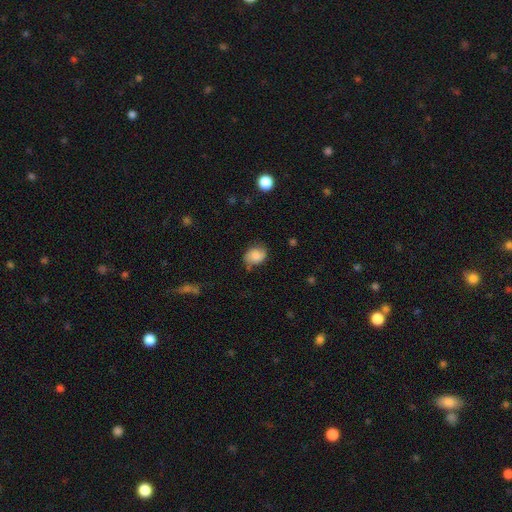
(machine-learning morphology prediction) The model was most divided on "how rounded": in between: 61%, round: 38%, cigar-shaped: 1%. More confident: smooth or featured — smooth (71%); merging — none (65%).